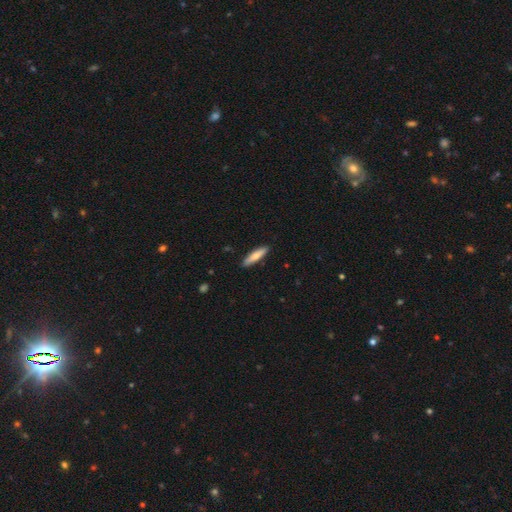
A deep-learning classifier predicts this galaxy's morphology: A smooth galaxy with no disk features (74%) that is cigar-shaped (79%). Merging: none (90%).